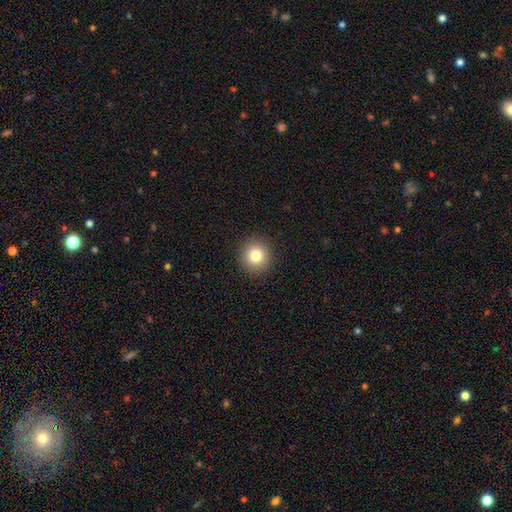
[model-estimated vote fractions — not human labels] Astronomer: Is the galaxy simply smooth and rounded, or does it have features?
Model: smooth — 81%.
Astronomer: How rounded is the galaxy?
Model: round — 92%.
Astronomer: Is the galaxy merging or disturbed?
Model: none — 92%.